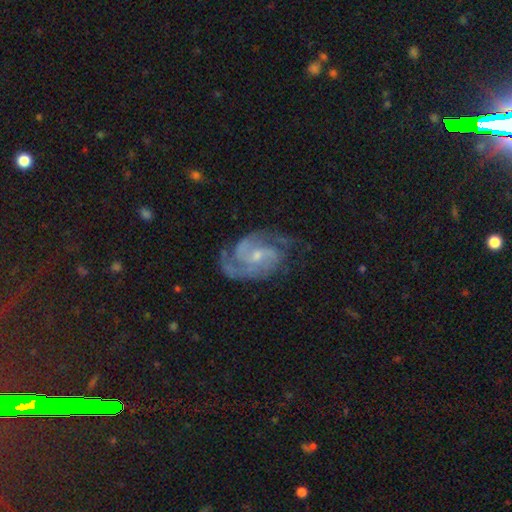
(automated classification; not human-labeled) featured or disk 90%, smooth 5%, star or artifact 5%. Down the decision tree: edge-on disk — no (98%); bar — weak (46%); spiral arms — yes (98%); spiral arm count — 2 (62%); spiral winding — medium (49%); bulge size — small (64%); merging — none (69%).